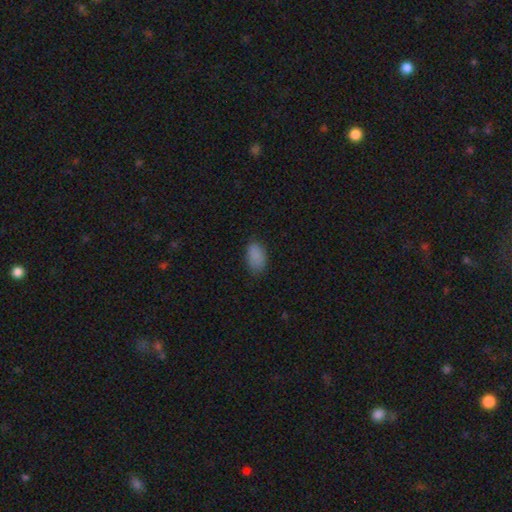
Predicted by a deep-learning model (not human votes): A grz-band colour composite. It shows a smooth galaxy with no disk features (86%) that is in between round and cigar-shaped (93%). Merging: none (75%).